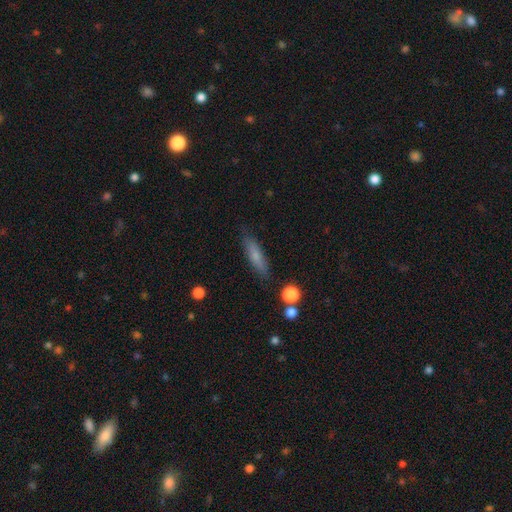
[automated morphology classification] Smooth or featured? Predicted: smooth (p=0.70). How rounded? Predicted: cigar-shaped (p=0.74). Merging? Predicted: none (p=0.83).